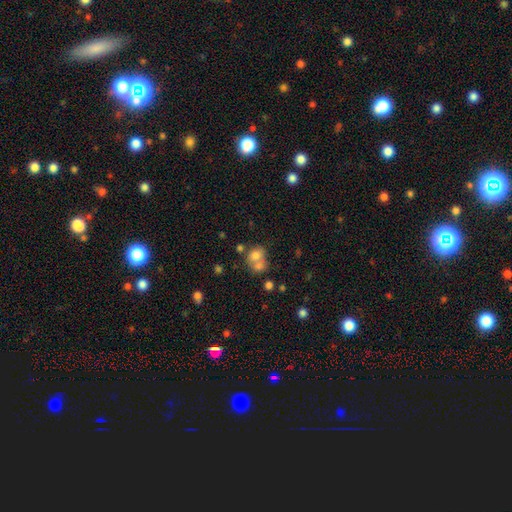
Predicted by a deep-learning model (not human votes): Morphology: type=smooth (72%); roundness=round (59%); merging=merger (59%).